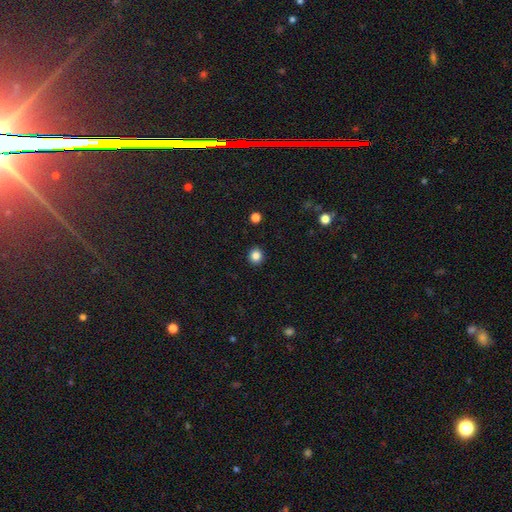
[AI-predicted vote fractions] Q: Smooth or featured?
A: smooth (85%); runner-up: star or artifact (11%)
Q: How rounded?
A: round (88%); runner-up: in between (11%)
Q: Merging?
A: none (92%); runner-up: minor disturbance (5%)